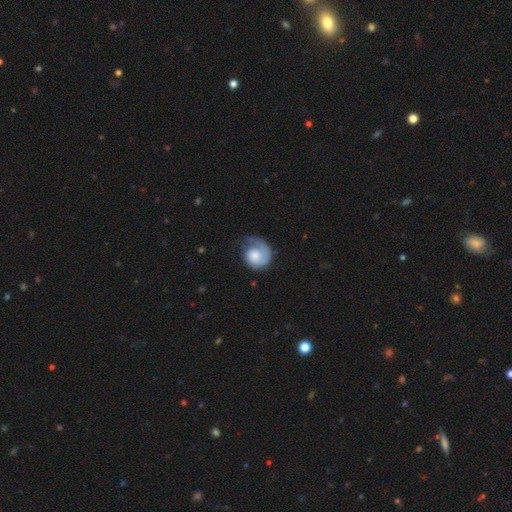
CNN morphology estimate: This is possibly a featured or disk galaxy (60%). It is clearly not viewed edge-on (98%). Bar: clearly no (83%). Spiral arm pattern: clearly yes (89%). Spiral arm count: clearly 1 (90%). Spiral winding: possibly tight (47%). Central bulge: marginally moderate (31%). Merging: possibly none (50%).